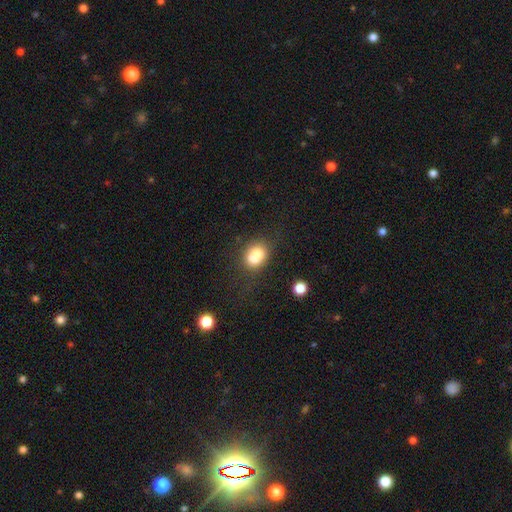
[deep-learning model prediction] Smooth or featured?
  - smooth: 71% *
  - featured or disk: 17%
  - star or artifact: 11%
How rounded?
  - in between: 50% *
  - round: 49%
  - cigar-shaped: 1%
Merging?
  - none: 40% *
  - merger: 39%
  - minor disturbance: 14%
  - major disturbance: 7%